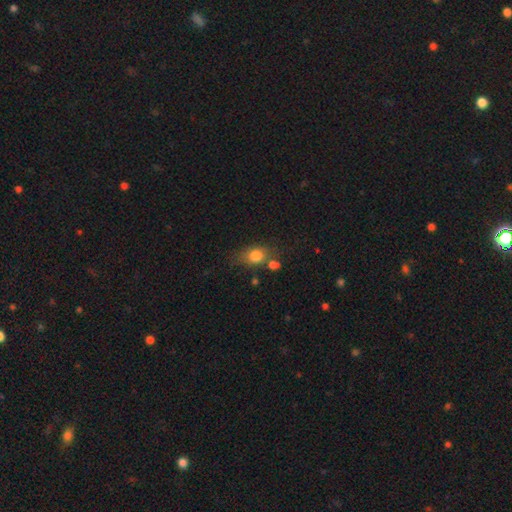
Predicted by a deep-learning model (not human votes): This appears to be a smooth galaxy with no disk features (79%) that is in between round and cigar-shaped (56%). Merging: none (55%).